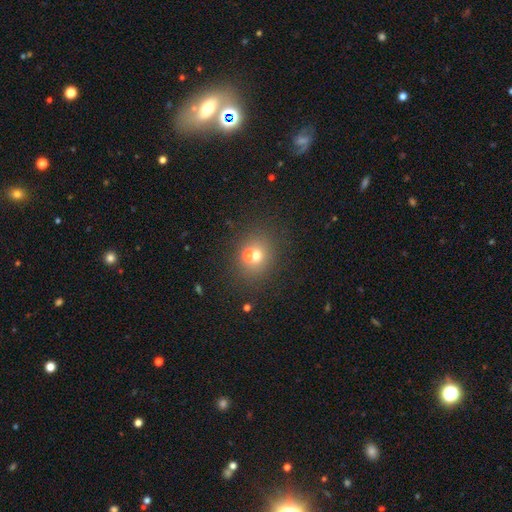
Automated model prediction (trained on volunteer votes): Smooth or featured: smooth — 62% (featured or disk — 21%)
How rounded: round — 80% (in between — 19%)
Merging: none — 50% (merger — 39%)